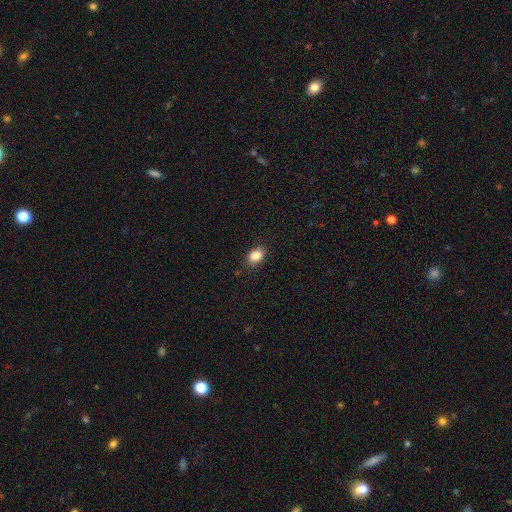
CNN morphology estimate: A smooth galaxy with no disk features (86%) that is in between round and cigar-shaped (73%).

Vote fractions:
- Smooth or featured? smooth: 86% / star or artifact: 9% / featured or disk: 5%
- How rounded? in between: 73% / round: 25% / cigar-shaped: 1%
- Merging? none: 84% / minor disturbance: 12% / major disturbance: 3% / merger: 1%